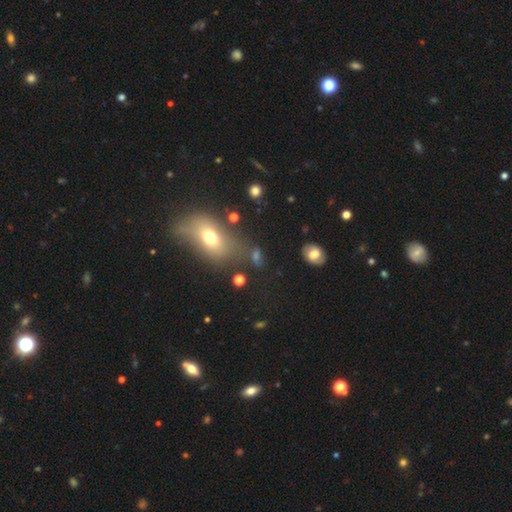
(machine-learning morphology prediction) A smooth galaxy with no disk features (58%) that is in between round and cigar-shaped (59%). Merging: none (57%).